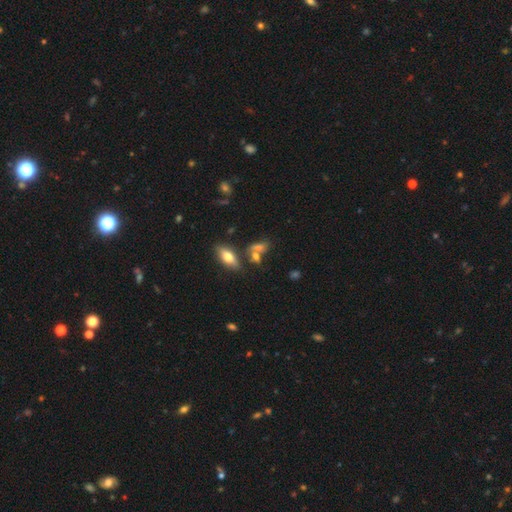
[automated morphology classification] A smooth galaxy with no disk features (67%) that is in between round and cigar-shaped (70%). Merging: none (48%).